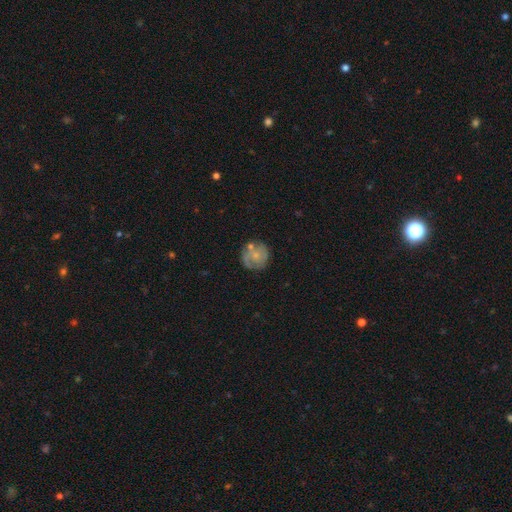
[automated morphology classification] A featured or disk galaxy (51%). Merging: none (64%).